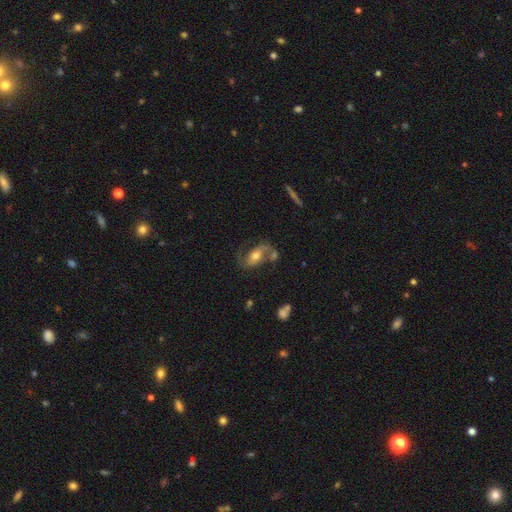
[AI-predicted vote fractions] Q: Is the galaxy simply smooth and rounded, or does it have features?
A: featured or disk — 70%.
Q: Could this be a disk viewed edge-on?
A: no — 94%.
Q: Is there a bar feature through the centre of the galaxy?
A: no — 47%.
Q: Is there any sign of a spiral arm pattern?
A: yes — 87%.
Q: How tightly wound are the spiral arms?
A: loose — 46%.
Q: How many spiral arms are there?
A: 2 — 82%.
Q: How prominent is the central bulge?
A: moderate — 66%.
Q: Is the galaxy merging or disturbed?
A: none — 48%.